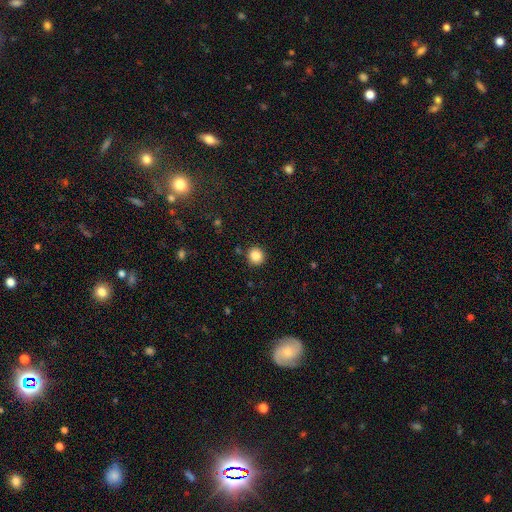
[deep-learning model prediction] Smooth or featured?
  - smooth: 86% *
  - star or artifact: 10%
  - featured or disk: 4%
How rounded?
  - round: 94% *
  - in between: 5%
  - cigar-shaped: 1%
Merging?
  - none: 91% *
  - minor disturbance: 6%
  - merger: 2%
  - major disturbance: 2%